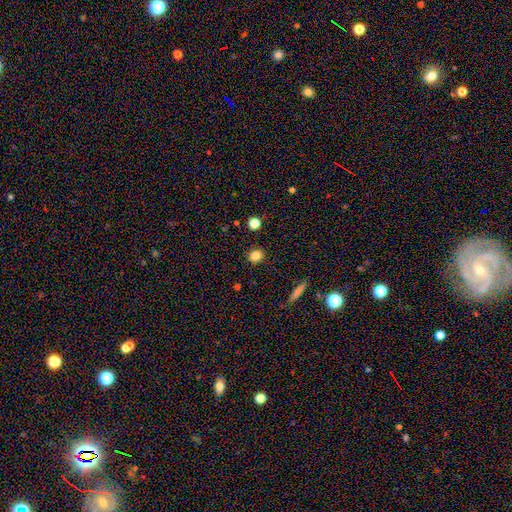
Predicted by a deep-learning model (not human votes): Q: Smooth or featured?
A: smooth (83%); runner-up: star or artifact (12%)
Q: How rounded?
A: round (83%); runner-up: in between (15%)
Q: Merging?
A: none (91%); runner-up: minor disturbance (6%)